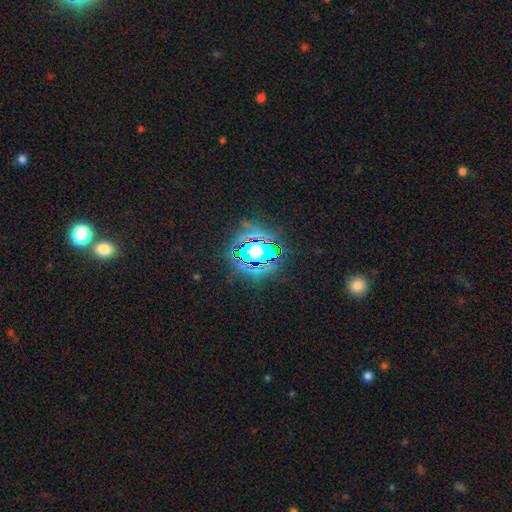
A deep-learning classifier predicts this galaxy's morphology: Smooth or featured? Predicted: star or artifact (p=0.62).